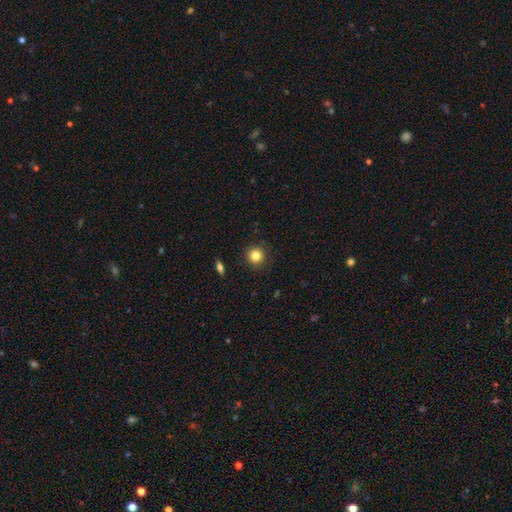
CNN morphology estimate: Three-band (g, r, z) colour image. It shows a smooth galaxy with no disk features (83%) that is round (93%). Merging: none (90%).